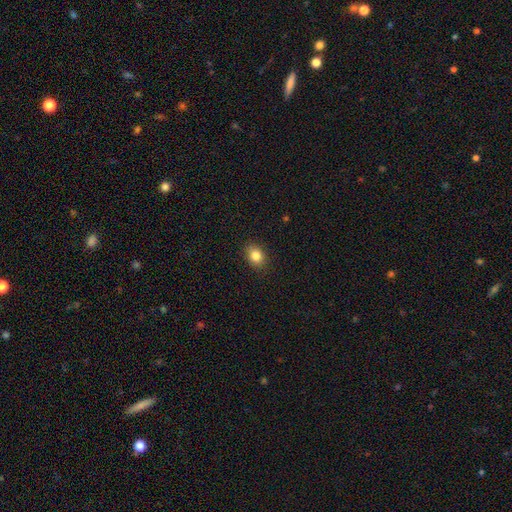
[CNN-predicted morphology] This appears to be a smooth galaxy with no disk features (84%) that is in between round and cigar-shaped (58%). Merging: none (88%).